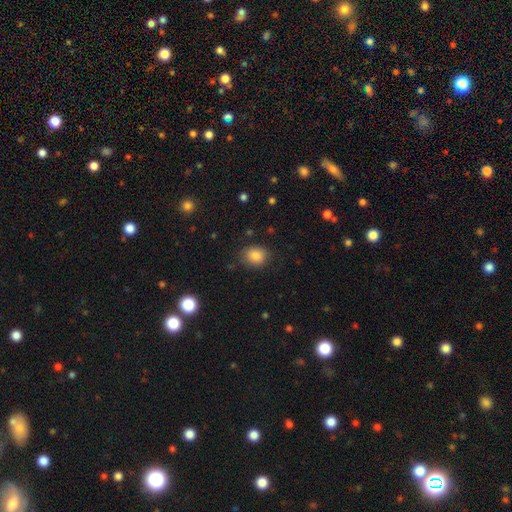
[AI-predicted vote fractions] The model was most divided on "how rounded": round: 55%, in between: 44%, cigar-shaped: 1%. More confident: smooth or featured — smooth (85%); merging — none (79%).